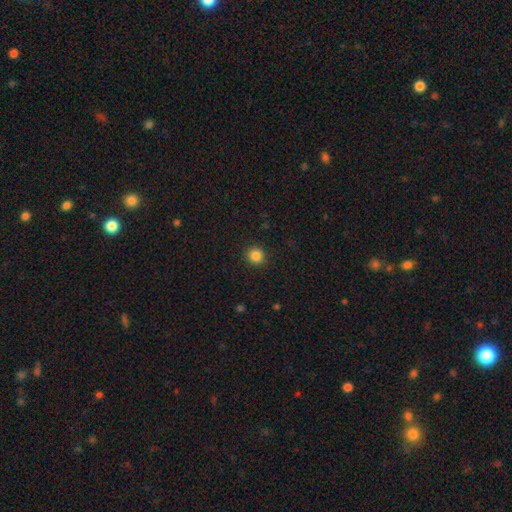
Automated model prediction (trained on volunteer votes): This appears to be a smooth galaxy with no disk features (85%) that is round (94%). Merging: none (92%).